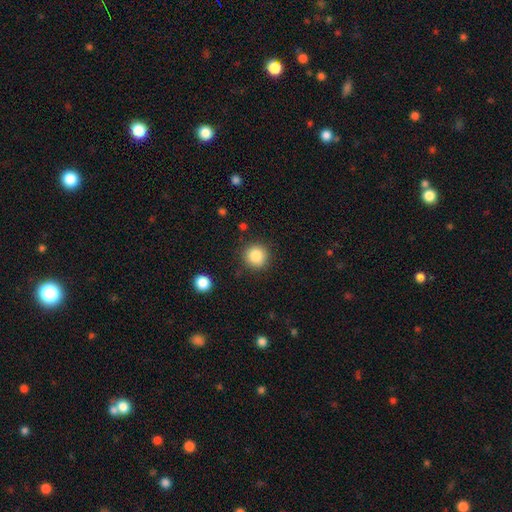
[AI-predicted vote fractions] A smooth galaxy with no disk features (85%) that is round (93%). Merging: none (88%).